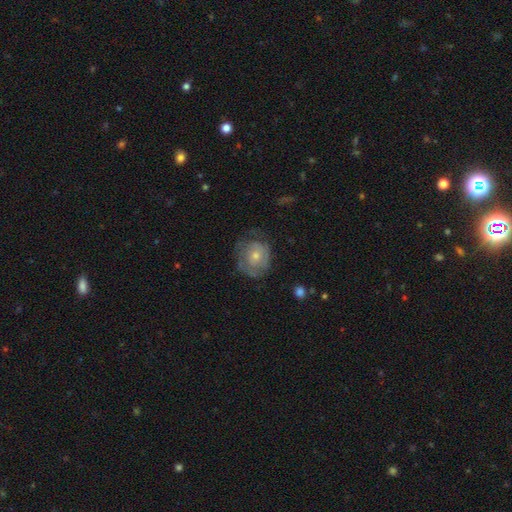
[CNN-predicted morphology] type=featured or disk (51%); edge-on=no (96%); merging=none (63%).